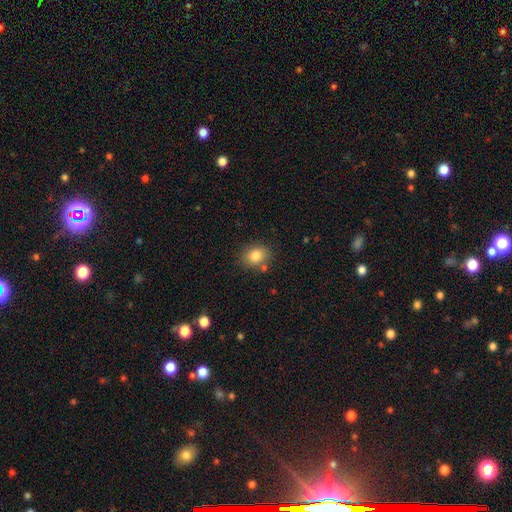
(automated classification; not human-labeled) smooth 82%, star or artifact 10%, featured or disk 8%. Down the decision tree: how rounded — in between (50%); merging — none (78%).